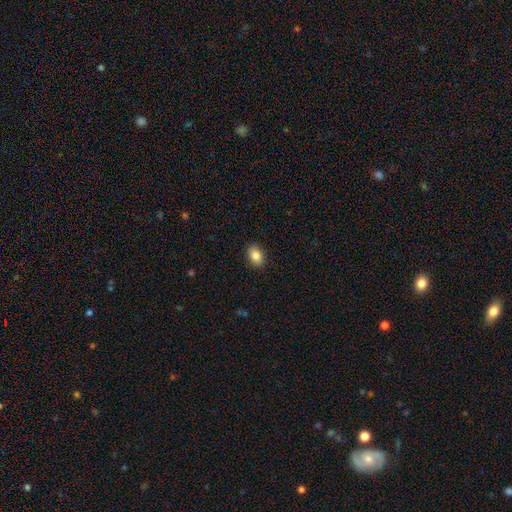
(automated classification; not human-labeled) Overall: smooth (87%). How rounded: in between (83%). Merging: none (89%).